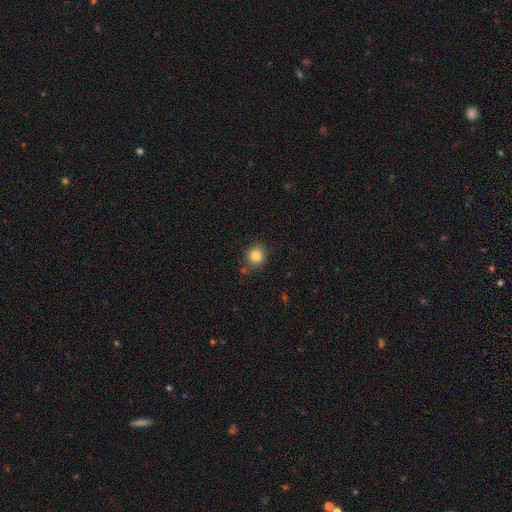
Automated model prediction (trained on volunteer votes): smooth-or-featured: smooth: 83% | star or artifact: 11% | featured or disk: 6%
  how-rounded: round: 84% | in between: 15% | cigar-shaped: 1%
  merging: none: 81% | minor disturbance: 12% | merger: 4% | major disturbance: 3%